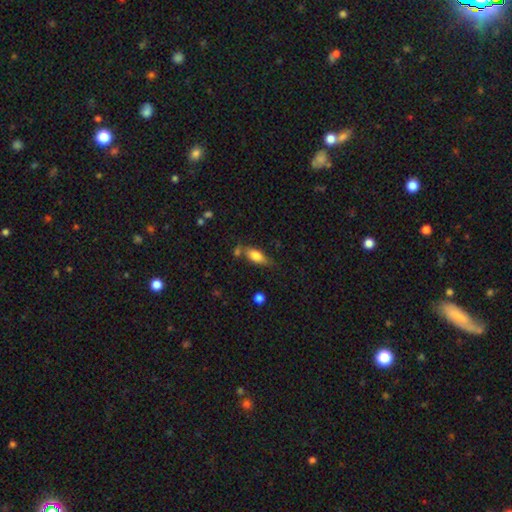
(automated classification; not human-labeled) Smooth or featured? smooth (76%)
How rounded? in between (80%)
Merging? none (59%)